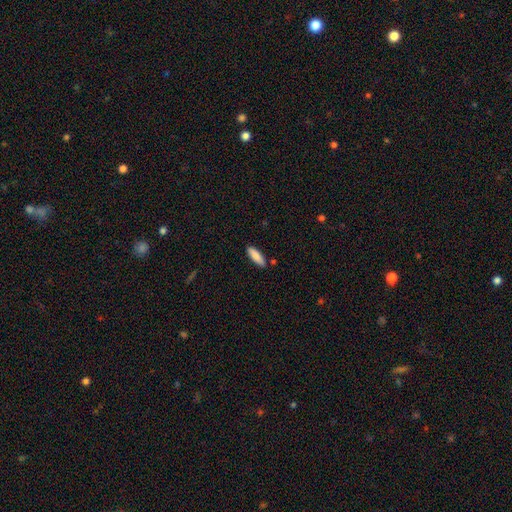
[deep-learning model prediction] A smooth galaxy with no disk features (85%) that is in between round and cigar-shaped (50%). Merging: none (86%).